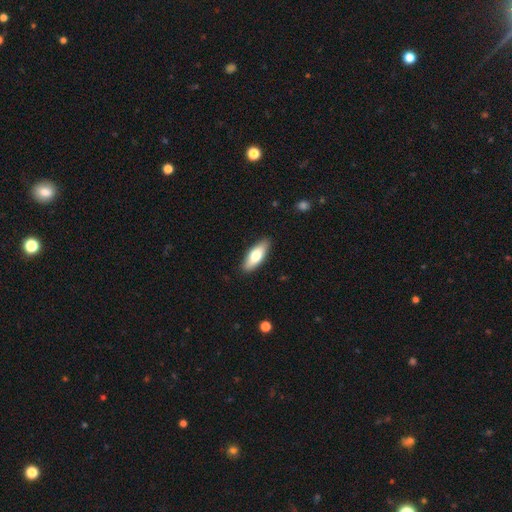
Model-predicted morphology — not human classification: smooth 72%, featured or disk 22%, star or artifact 6%. Down the decision tree: how rounded — in between (69%); merging — none (89%).